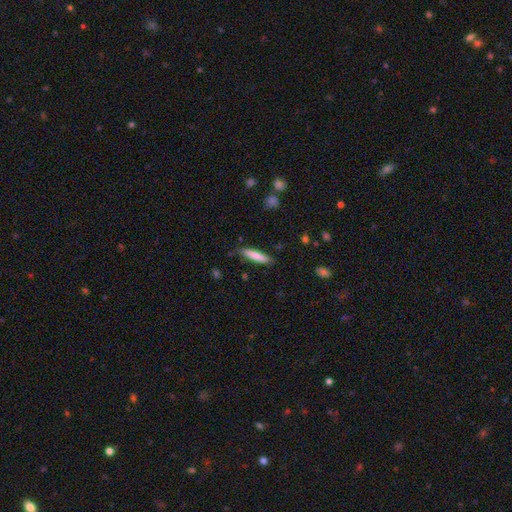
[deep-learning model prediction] Smooth or featured?
  - smooth: 78% *
  - featured or disk: 17%
  - star or artifact: 6%
How rounded?
  - cigar-shaped: 86% *
  - in between: 13%
  - round: 1%
Merging?
  - none: 84% *
  - minor disturbance: 12%
  - major disturbance: 2%
  - merger: 2%